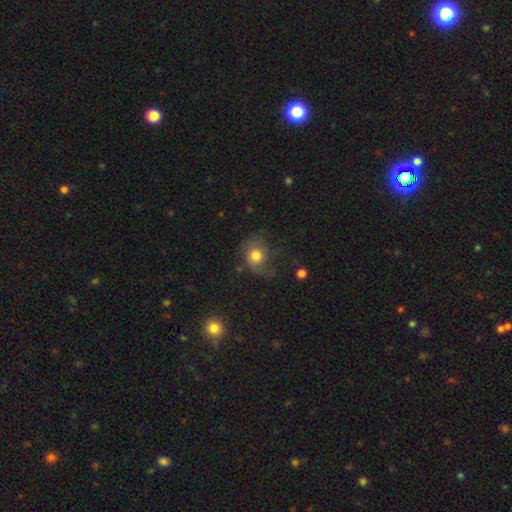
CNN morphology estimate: type=smooth (60%); roundness=round (67%); merging=none (43%).